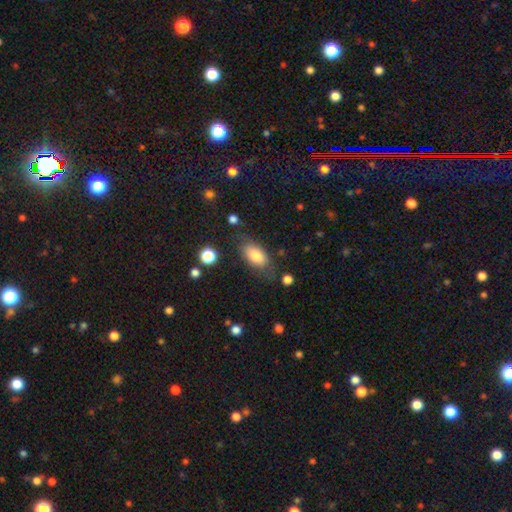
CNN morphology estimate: Overall: smooth (79%). How rounded: in between (90%). Merging: none (68%).